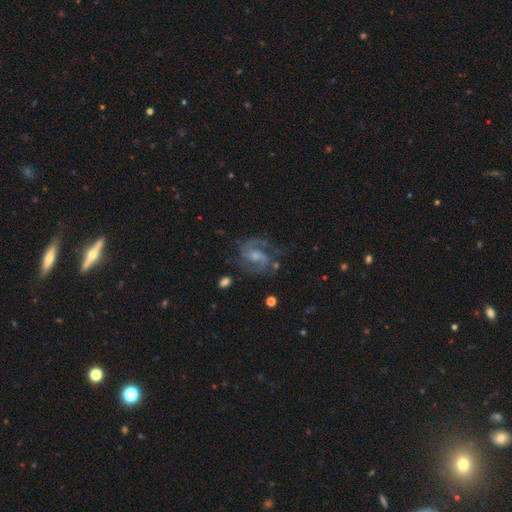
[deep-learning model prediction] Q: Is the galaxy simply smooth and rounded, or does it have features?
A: featured or disk — 85%.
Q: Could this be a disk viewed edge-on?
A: no — 98%.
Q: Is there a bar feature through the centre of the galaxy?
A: weak — 50%.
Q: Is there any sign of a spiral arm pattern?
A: yes — 96%.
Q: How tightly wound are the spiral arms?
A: medium — 56%.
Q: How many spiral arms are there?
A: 2 — 77%.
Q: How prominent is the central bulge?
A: small — 45%.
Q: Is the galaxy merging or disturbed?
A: none — 62%.